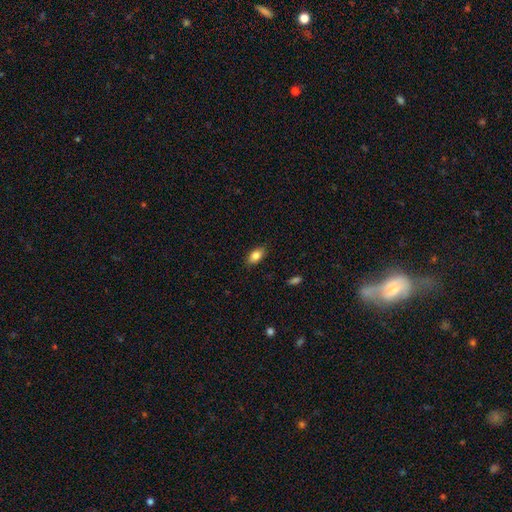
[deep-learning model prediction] Smooth or featured? smooth (83%)
How rounded? in between (89%)
Merging? none (86%)